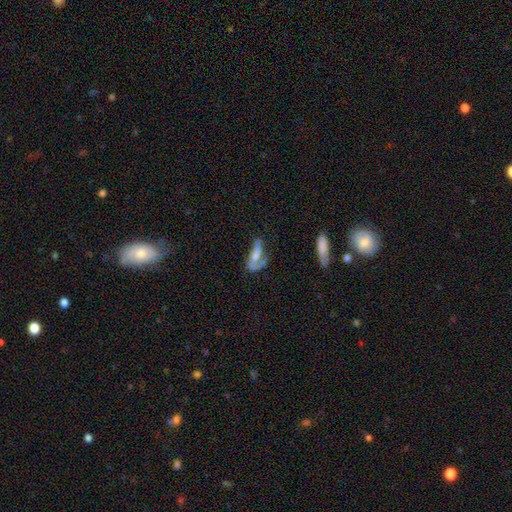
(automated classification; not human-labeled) Smooth or featured: featured or disk — 51% (smooth — 40%)
Edge-on disk: no — 81% (yes — 19%)
Merging: none — 33% (tied with major disturbance — 33%)